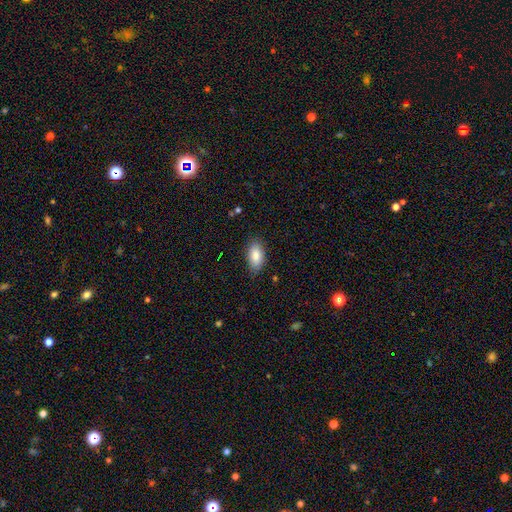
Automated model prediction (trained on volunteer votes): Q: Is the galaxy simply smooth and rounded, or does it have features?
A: smooth — 85%.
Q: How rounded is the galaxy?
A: in between — 92%.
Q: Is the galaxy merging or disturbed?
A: none — 81%.